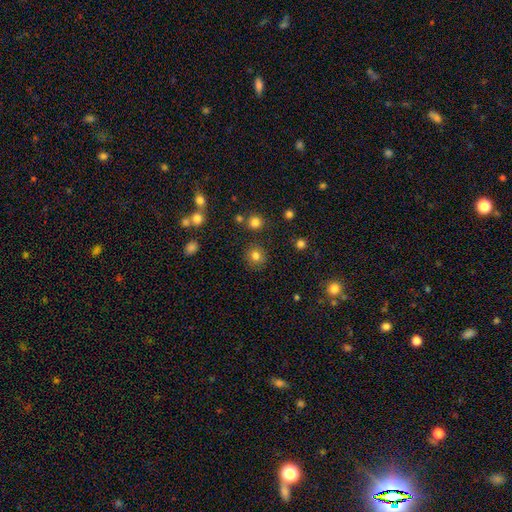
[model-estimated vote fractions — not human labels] A smooth galaxy with no disk features (80%) that is round (91%). Merging: none (87%).